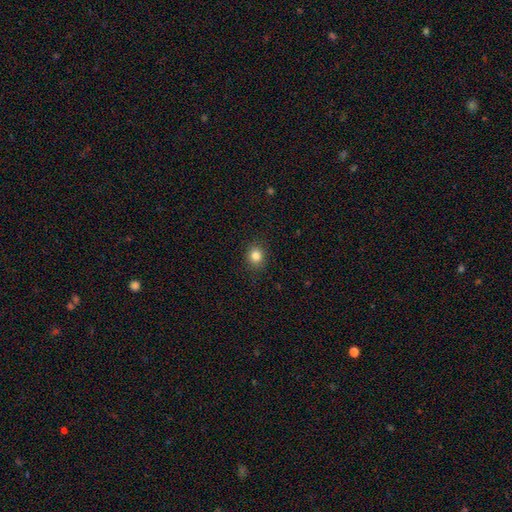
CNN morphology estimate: smooth 83%, star or artifact 11%, featured or disk 5%. Down the decision tree: how rounded — round (79%); merging — none (89%).